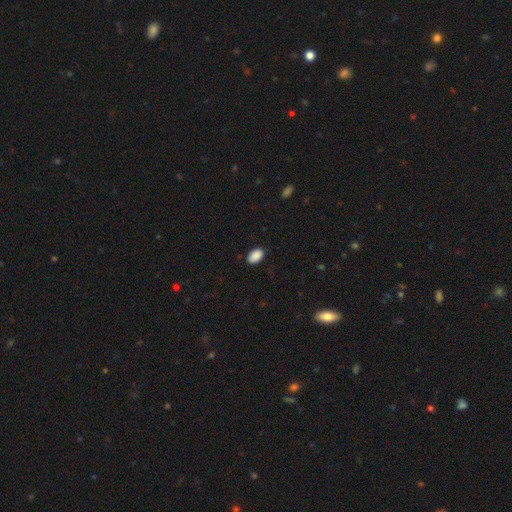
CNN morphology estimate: This appears to be a smooth galaxy with no disk features (90%) that is in between round and cigar-shaped (91%). Merging: none (86%).